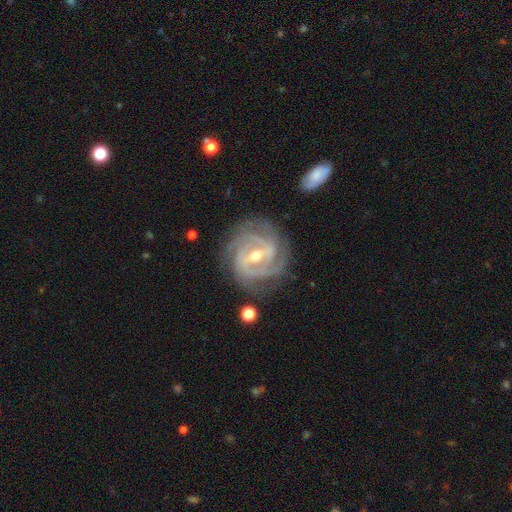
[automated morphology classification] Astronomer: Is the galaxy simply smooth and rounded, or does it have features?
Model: featured or disk — 92%.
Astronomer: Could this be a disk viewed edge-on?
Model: no — 97%.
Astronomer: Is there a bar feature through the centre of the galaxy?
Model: strong — 49% (runner-up: weak, 39%).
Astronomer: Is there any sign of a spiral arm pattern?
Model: yes — 98%.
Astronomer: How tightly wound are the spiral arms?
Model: tight — 67%.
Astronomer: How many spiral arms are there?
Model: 3 — 38% (runner-up: 2, 20%).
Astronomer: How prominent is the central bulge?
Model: moderate — 50% (runner-up: small, 47%).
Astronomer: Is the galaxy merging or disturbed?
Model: none — 78%.